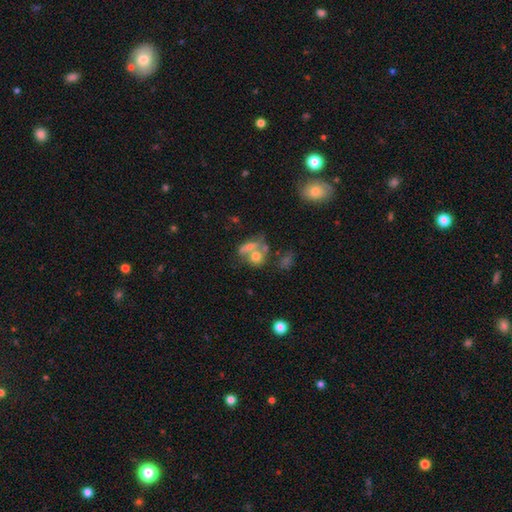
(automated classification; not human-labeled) A smooth galaxy with no disk features (55%) that is round (53%). Merging: merger (49%).